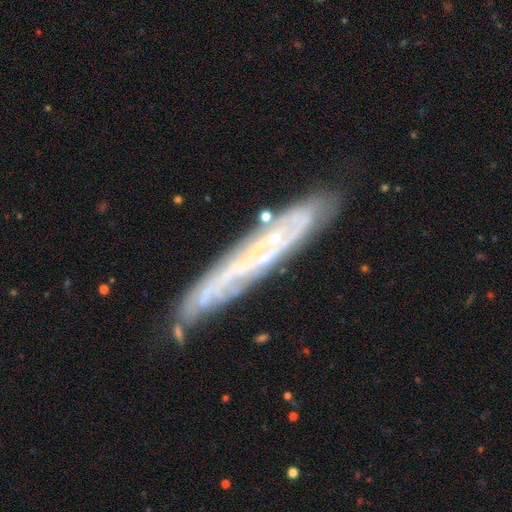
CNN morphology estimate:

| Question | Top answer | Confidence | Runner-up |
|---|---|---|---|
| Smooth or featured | featured or disk | 69% | smooth (22%) |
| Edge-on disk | yes | 61% | no (39%) |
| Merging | none | 79% | minor disturbance (14%) |